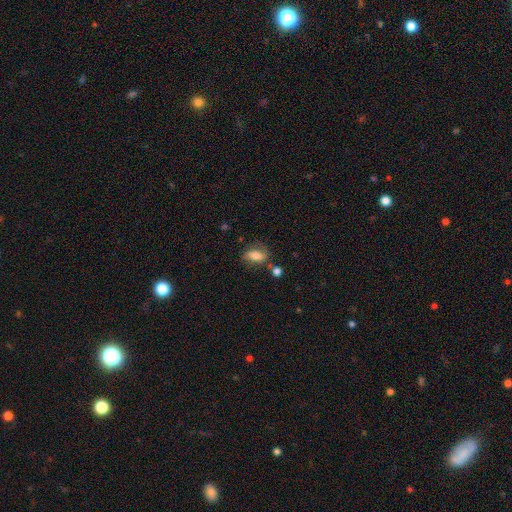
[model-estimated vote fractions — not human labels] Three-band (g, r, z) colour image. It shows a smooth galaxy with no disk features (65%) that is in between round and cigar-shaped (81%). Merging: none (63%).